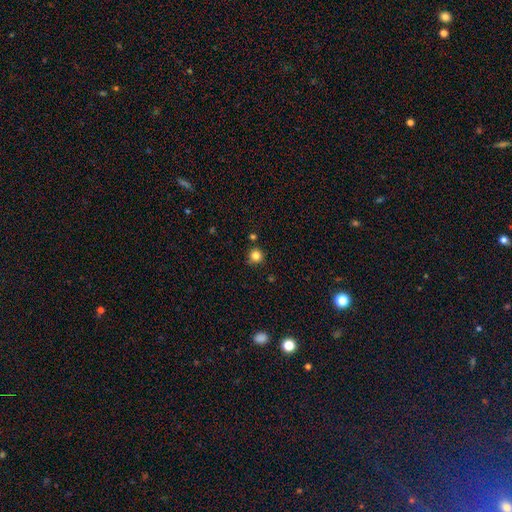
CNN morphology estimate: This is clearly a smooth galaxy (82%). How rounded: clearly round (94%). Merging: clearly none (83%).